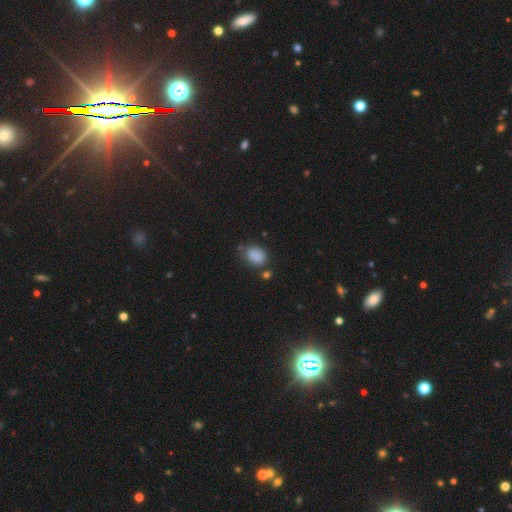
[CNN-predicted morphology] A smooth galaxy with no disk features (85%) that is in between round and cigar-shaped (69%). Merging: none (68%).